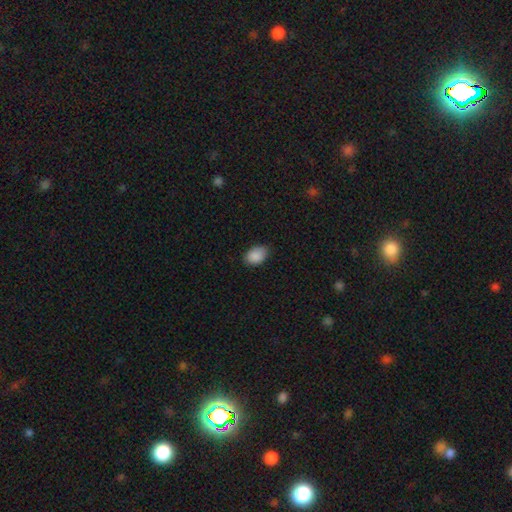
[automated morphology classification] smooth_or_featured: smooth (p=0.89) [alt: star or artifact p=0.07]
how_rounded: in between (p=0.83) [alt: round p=0.16]
merging: none (p=0.78) [alt: minor disturbance p=0.18]